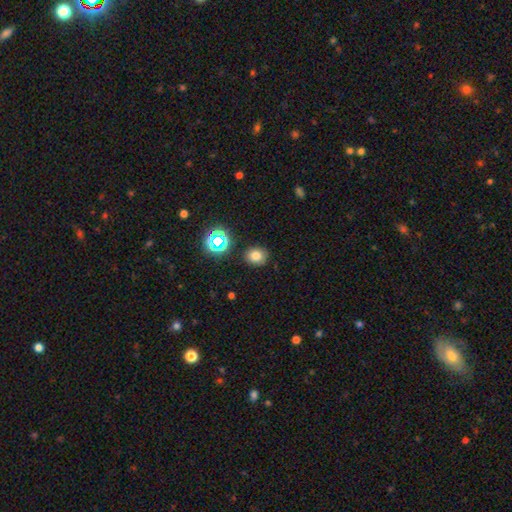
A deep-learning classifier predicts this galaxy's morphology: A smooth galaxy with no disk features (74%) that is round (73%).

Vote fractions:
- Smooth or featured? smooth: 74% / star or artifact: 19% / featured or disk: 8%
- How rounded? round: 73% / in between: 26% / cigar-shaped: 1%
- Merging? none: 85% / minor disturbance: 9% / major disturbance: 3% / merger: 2%